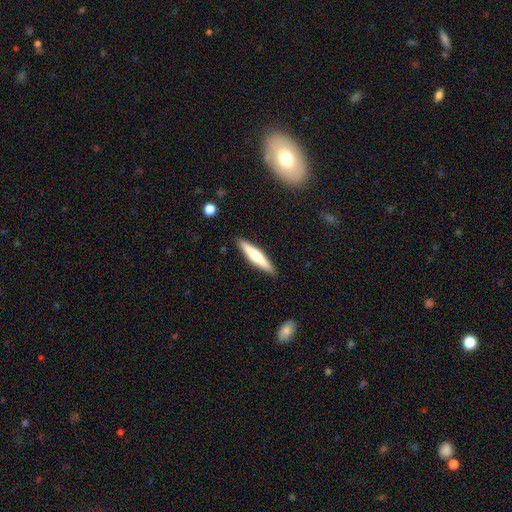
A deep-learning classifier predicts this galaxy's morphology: type=smooth (51%); roundness=cigar-shaped (87%); merging=none (90%).